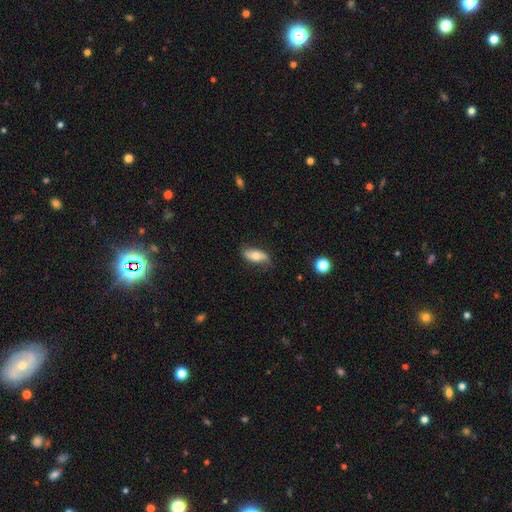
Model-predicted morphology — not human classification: Q: Smooth or featured?
A: smooth (56%); runner-up: featured or disk (38%)
Q: How rounded?
A: in between (81%); runner-up: cigar-shaped (15%)
Q: Merging?
A: none (71%); runner-up: minor disturbance (22%)